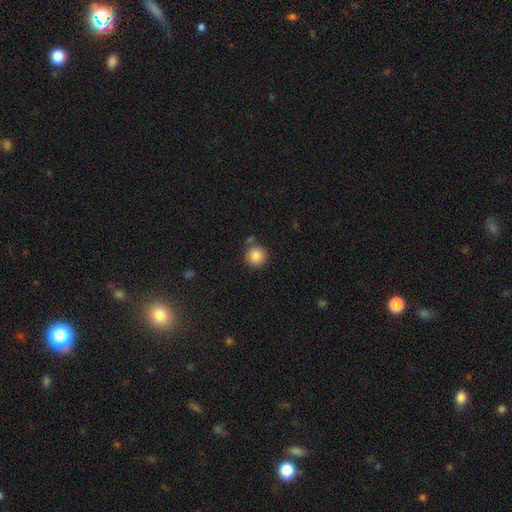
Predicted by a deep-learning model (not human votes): This appears to be a smooth galaxy with no disk features (85%) that is round (94%). Merging: none (77%).